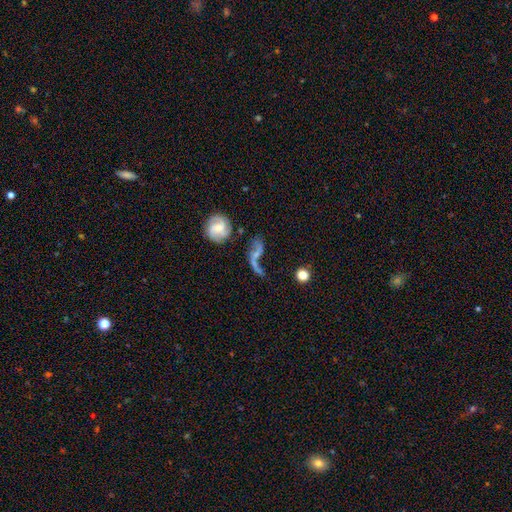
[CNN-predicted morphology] smooth_or_featured: featured or disk (p=0.67) [alt: smooth p=0.22]
disk_edge_on: no (p=0.93) [alt: yes p=0.07]
bar: no (p=0.50) [alt: weak p=0.35]
has_spiral_arms: yes (p=0.82) [alt: no p=0.18]
spiral_winding: loose (p=0.84) [alt: medium p=0.11]
spiral_arm_count: 2 (p=0.74) [alt: 1 p=0.17]
bulge_size: small (p=0.51) [alt: moderate p=0.26]
merging: none (p=0.34) [alt: major disturbance p=0.29]